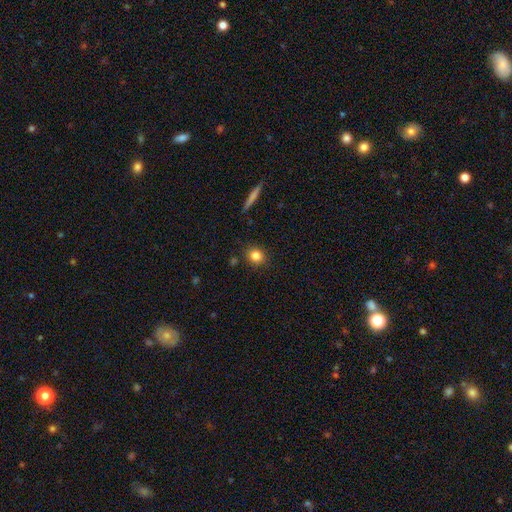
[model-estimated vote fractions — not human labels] smooth 82%, star or artifact 11%, featured or disk 7%. Down the decision tree: how rounded — round (79%); merging — none (87%).